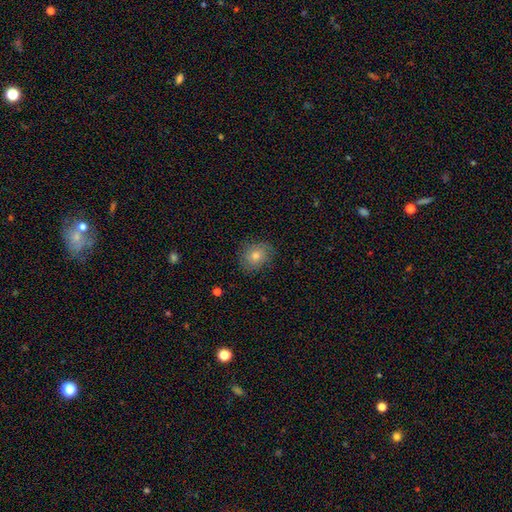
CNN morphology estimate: This is possibly a smooth galaxy (60%). How rounded: likely round (61%). Merging: clearly none (81%).